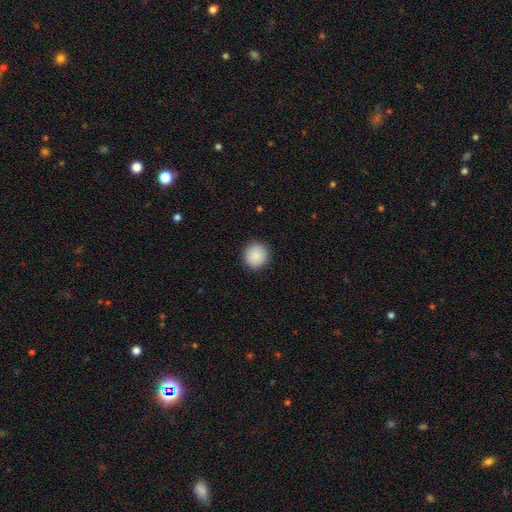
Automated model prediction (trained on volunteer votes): Morphology: type=smooth (89%); roundness=round (94%); merging=none (92%).